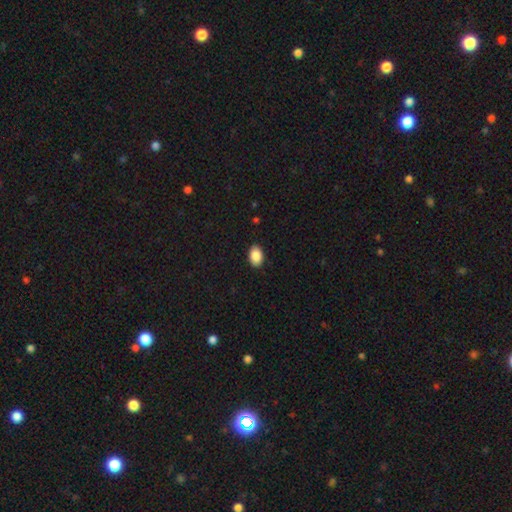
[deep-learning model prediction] Q: Smooth or featured?
A: smooth (89%); runner-up: star or artifact (7%)
Q: How rounded?
A: in between (88%); runner-up: round (11%)
Q: Merging?
A: none (90%); runner-up: minor disturbance (8%)